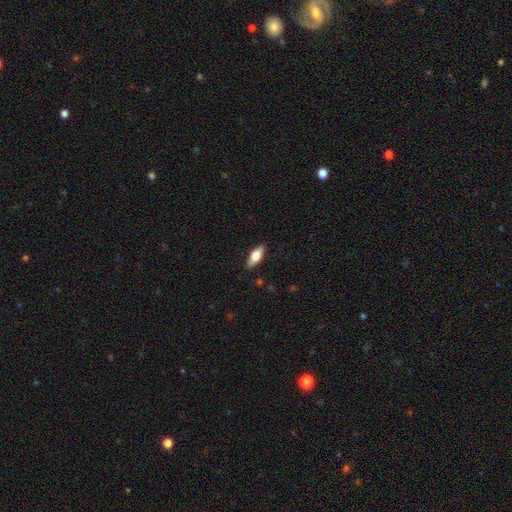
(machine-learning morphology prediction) The model was most divided on "smooth or featured": smooth: 63%, featured or disk: 31%, star or artifact: 6%. More confident: merging — none (88%); how rounded — in between (75%).